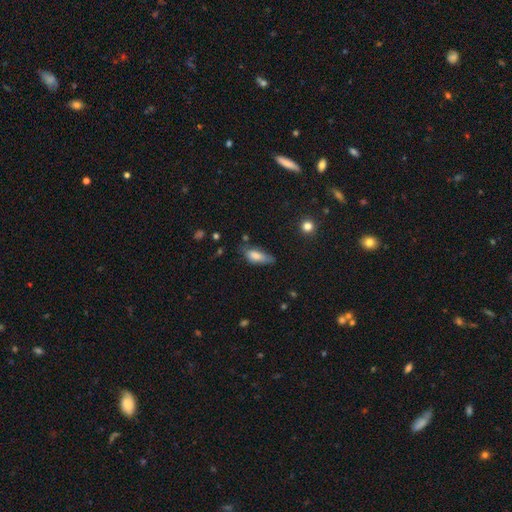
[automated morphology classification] This appears to be a smooth galaxy with no disk features (76%) that is in between round and cigar-shaped (72%). Merging: none (46%).